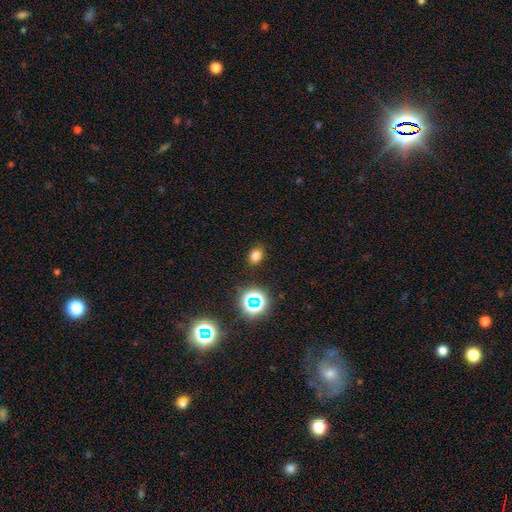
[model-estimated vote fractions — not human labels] This is likely a smooth galaxy (74%). How rounded: likely in between (61%). Merging: clearly none (86%).